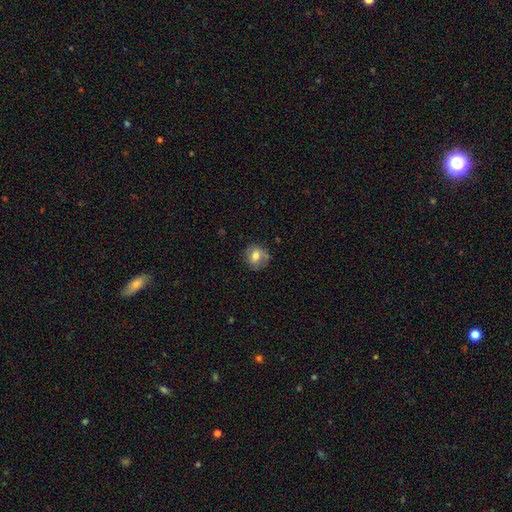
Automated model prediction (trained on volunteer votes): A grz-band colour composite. It shows a smooth galaxy with no disk features (64%) that is round (76%). Merging: none (72%).